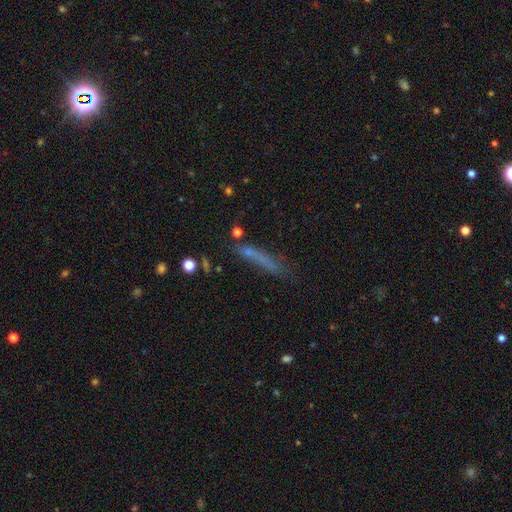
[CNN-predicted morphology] Smooth or featured? smooth (59%)
How rounded? cigar-shaped (89%)
Merging? none (61%)